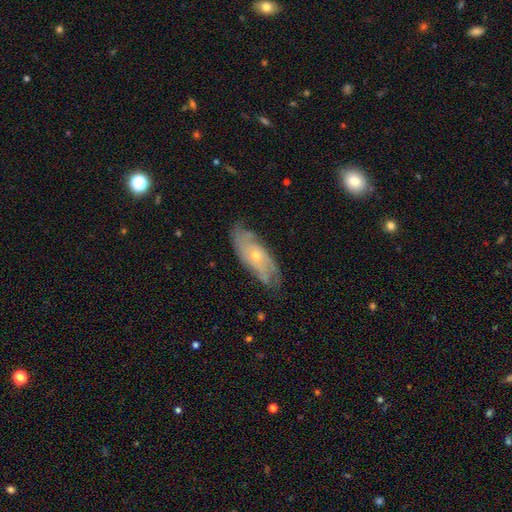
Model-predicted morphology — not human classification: Q: Smooth or featured?
A: featured or disk (77%); runner-up: smooth (16%)
Q: Edge-on disk?
A: no (87%); runner-up: yes (13%)
Q: Bar?
A: no (77%); runner-up: weak (19%)
Q: Spiral arms?
A: yes (91%); runner-up: no (9%)
Q: Spiral winding?
A: tight (56%); runner-up: medium (33%)
Q: Spiral arm count?
A: can't tell (40%); runner-up: 2 (28%)
Q: Bulge size?
A: small (68%); runner-up: moderate (29%)
Q: Merging?
A: none (74%); runner-up: minor disturbance (20%)